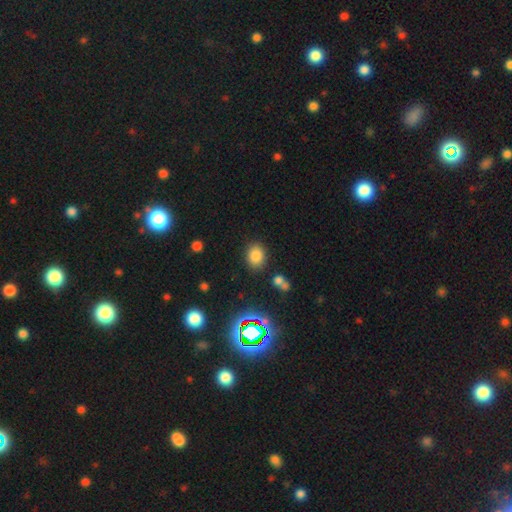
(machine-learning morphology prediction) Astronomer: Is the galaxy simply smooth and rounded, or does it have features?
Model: smooth — 80%.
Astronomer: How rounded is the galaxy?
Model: in between — 51% (runner-up: round, 47%).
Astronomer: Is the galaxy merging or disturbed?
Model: none — 84%.